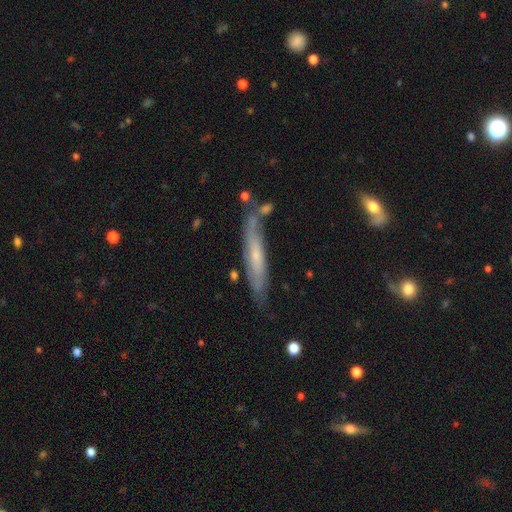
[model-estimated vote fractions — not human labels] Smooth or featured: featured or disk — 52% (smooth — 42%)
Edge-on disk: yes — 73% (no — 27%)
Merging: none — 69% (minor disturbance — 19%)